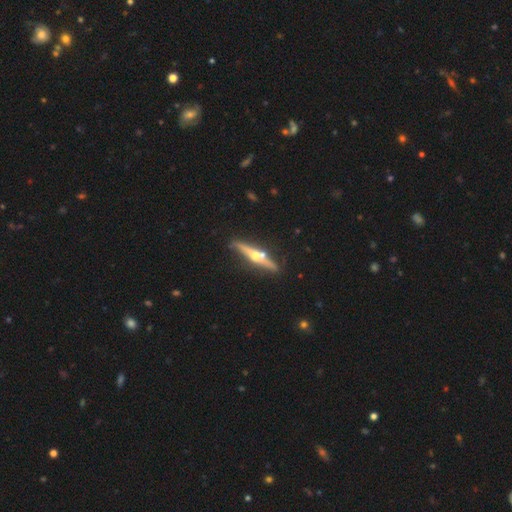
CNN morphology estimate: smooth_or_featured: featured or disk (p=0.76) [alt: smooth p=0.19]
disk_edge_on: yes (p=0.96) [alt: no p=0.04]
edge_on_bulge: rounded (p=0.94) [alt: none p=0.03]
merging: none (p=0.78) [alt: minor disturbance p=0.12]